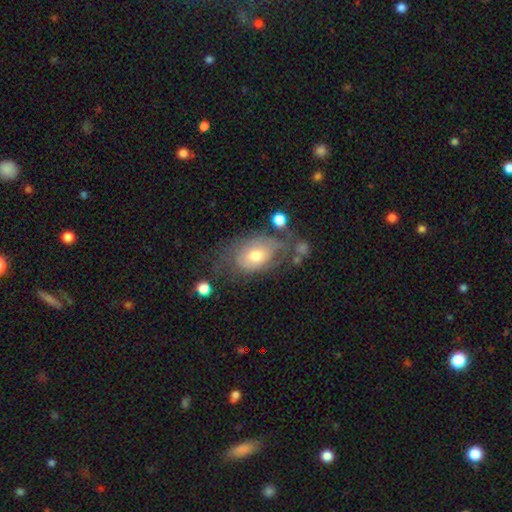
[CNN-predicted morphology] This appears to be a featured or disk galaxy (46%, tied with smooth). Merging: none (40%).